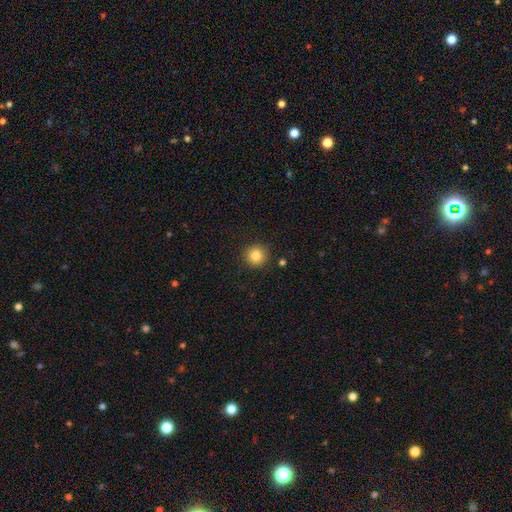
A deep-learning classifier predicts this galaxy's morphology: smooth_or_featured: smooth (p=0.83) [alt: star or artifact p=0.11]
how_rounded: round (p=0.94) [alt: in between p=0.05]
merging: none (p=0.90) [alt: minor disturbance p=0.06]